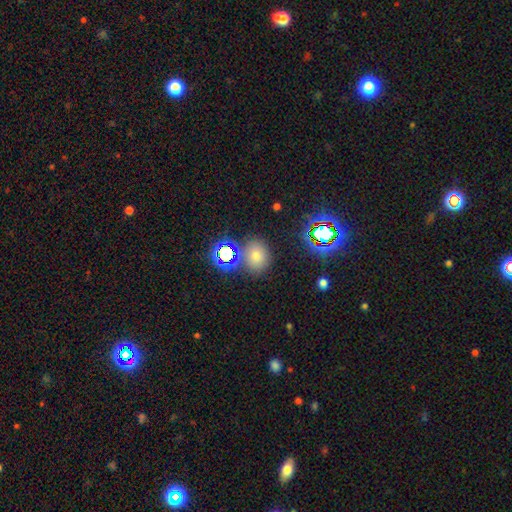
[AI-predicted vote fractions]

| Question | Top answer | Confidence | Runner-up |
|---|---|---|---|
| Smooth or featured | smooth | 57% | star or artifact (34%) |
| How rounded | round | 61% | in between (38%) |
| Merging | none | 78% | minor disturbance (10%) |